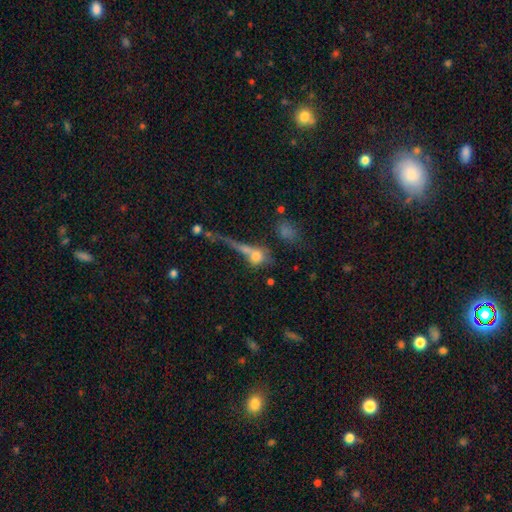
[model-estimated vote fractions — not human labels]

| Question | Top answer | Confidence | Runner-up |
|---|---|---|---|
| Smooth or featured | smooth | 53% | featured or disk (29%) |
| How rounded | round | 54% | in between (29%) |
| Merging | none | 34% | merger (33%) |